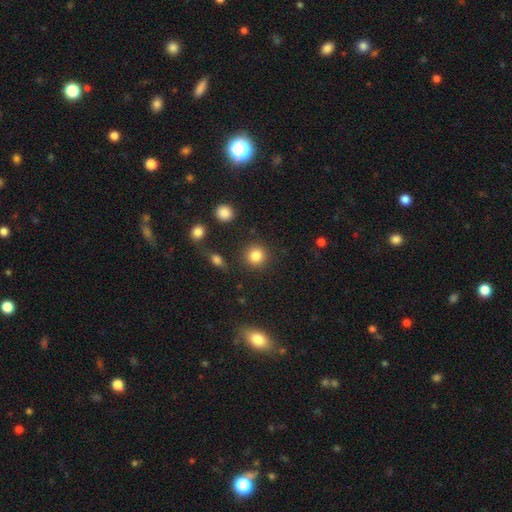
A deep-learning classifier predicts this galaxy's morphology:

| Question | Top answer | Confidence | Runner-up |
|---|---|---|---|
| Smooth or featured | smooth | 84% | star or artifact (10%) |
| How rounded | round | 92% | in between (7%) |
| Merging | none | 88% | minor disturbance (7%) |